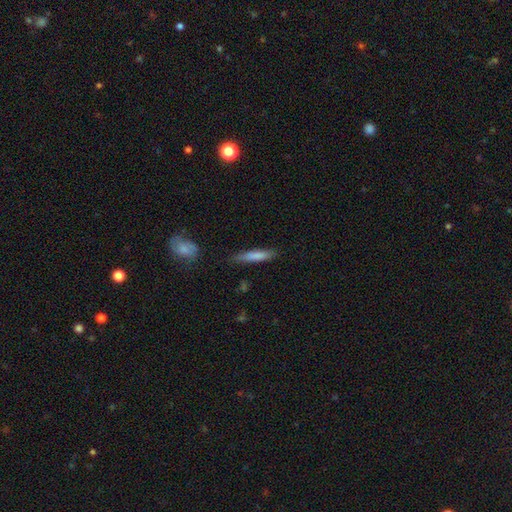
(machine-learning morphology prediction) Overall: smooth (78%). How rounded: cigar-shaped (87%). Merging: none (79%).